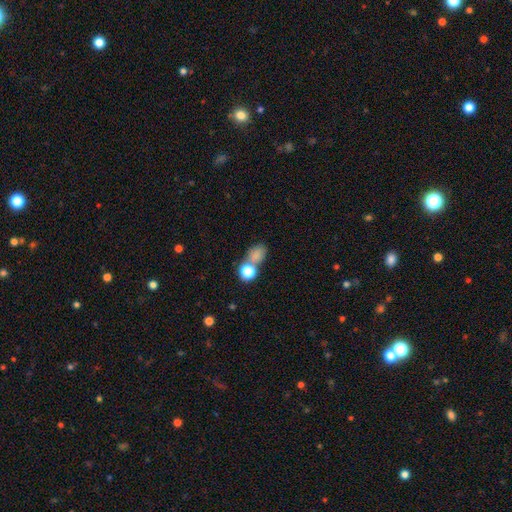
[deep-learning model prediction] smooth-or-featured: smooth: 74% | star or artifact: 17% | featured or disk: 9%
  how-rounded: in between: 60% | round: 38% | cigar-shaped: 2%
  merging: none: 45% | merger: 35% | minor disturbance: 13% | major disturbance: 8%